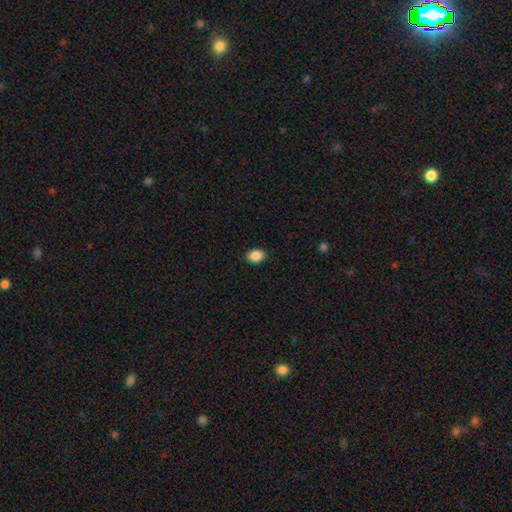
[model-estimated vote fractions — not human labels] This is clearly a smooth galaxy (89%). How rounded: likely in between (72%). Merging: clearly none (88%).